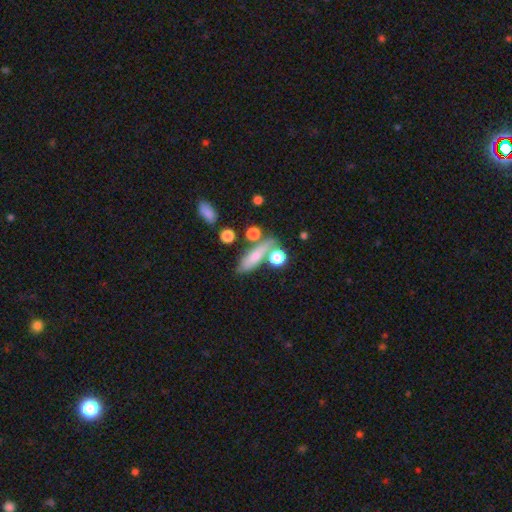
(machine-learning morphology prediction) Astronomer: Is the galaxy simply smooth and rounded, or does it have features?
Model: smooth — 67%.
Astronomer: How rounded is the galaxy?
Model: cigar-shaped — 51% (runner-up: in between, 39%).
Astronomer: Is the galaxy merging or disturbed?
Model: none — 54%.